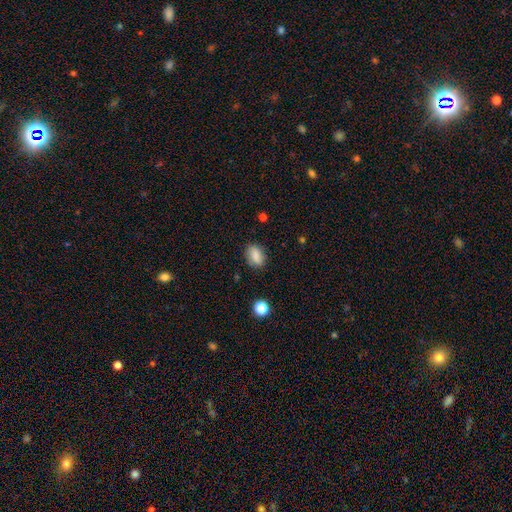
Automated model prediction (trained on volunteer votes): Morphology: type=smooth (85%); roundness=in between (81%); merging=none (81%).